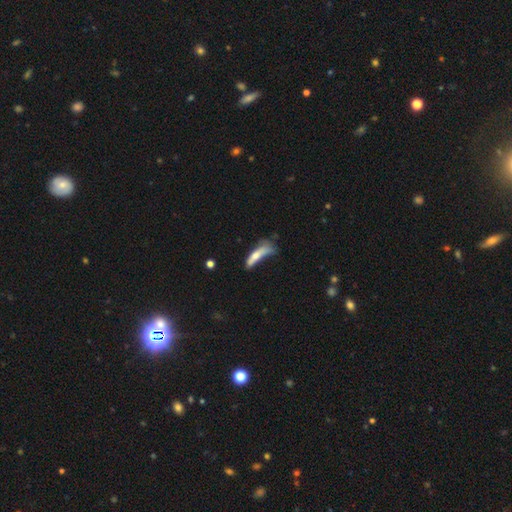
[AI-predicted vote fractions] smooth 59%, featured or disk 33%, star or artifact 8%. Down the decision tree: how rounded — cigar-shaped (73%); merging — major disturbance (33%).